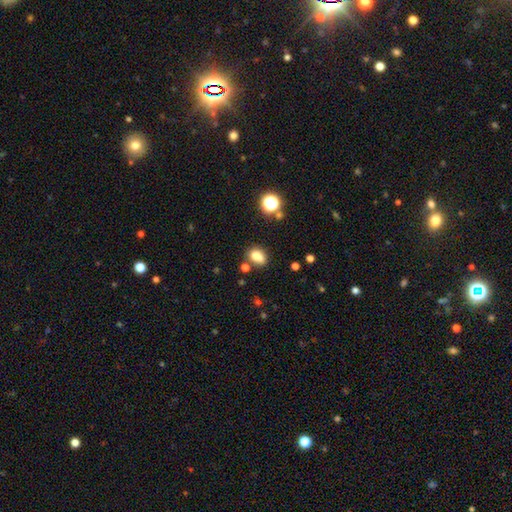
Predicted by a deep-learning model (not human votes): smooth_or_featured: smooth (p=0.81) [alt: star or artifact p=0.13]
how_rounded: in between (p=0.72) [alt: round p=0.26]
merging: none (p=0.70) [alt: minor disturbance p=0.16]